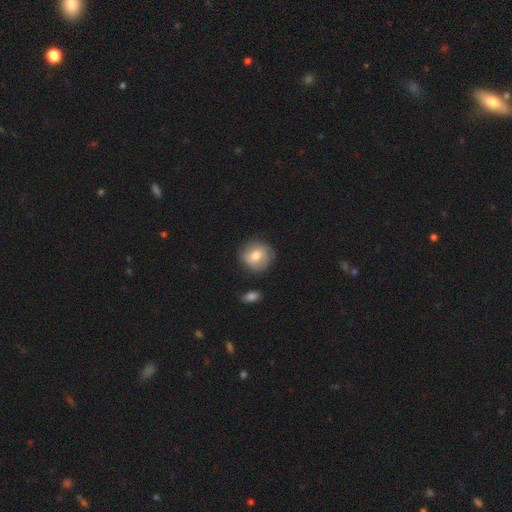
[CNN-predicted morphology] Smooth or featured?
  - smooth: 65% *
  - featured or disk: 27%
  - star or artifact: 8%
How rounded?
  - round: 87% *
  - in between: 12%
  - cigar-shaped: 1%
Merging?
  - none: 76% *
  - minor disturbance: 17%
  - major disturbance: 4%
  - merger: 3%